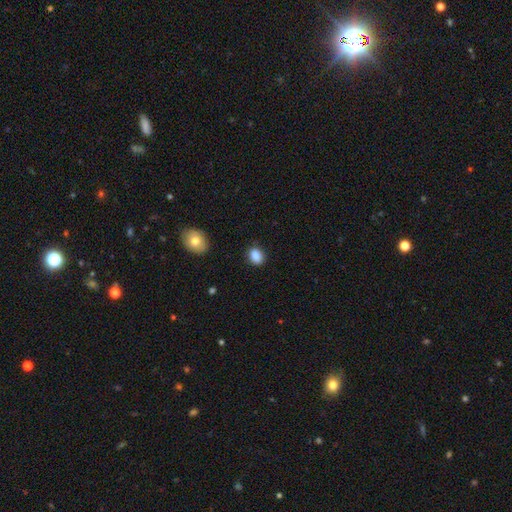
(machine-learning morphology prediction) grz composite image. It shows a smooth galaxy with no disk features (88%) that is in between round and cigar-shaped (65%). Merging: none (82%).